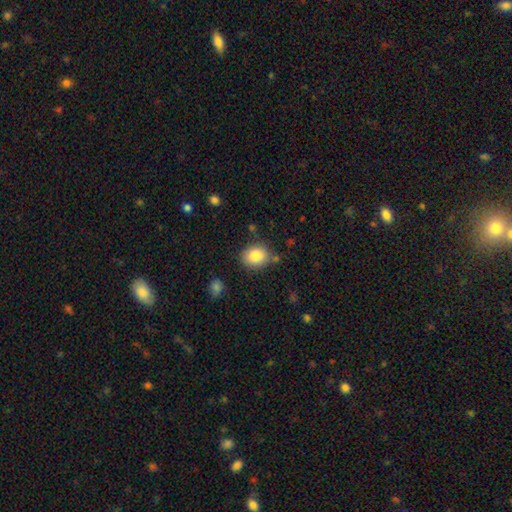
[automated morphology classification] smooth-or-featured: smooth: 86% | star or artifact: 8% | featured or disk: 6%
  how-rounded: round: 51% | in between: 48% | cigar-shaped: 1%
  merging: none: 77% | minor disturbance: 15% | merger: 5% | major disturbance: 4%